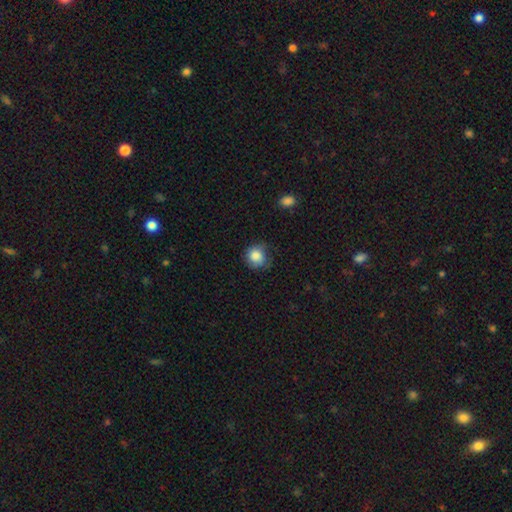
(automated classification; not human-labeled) smooth-or-featured: smooth: 83% | featured or disk: 9% | star or artifact: 8%
  how-rounded: round: 84% | in between: 15% | cigar-shaped: 1%
  merging: none: 61% | minor disturbance: 28% | major disturbance: 9% | merger: 2%